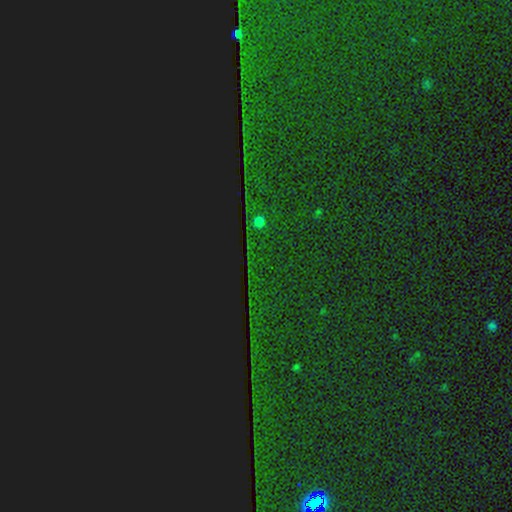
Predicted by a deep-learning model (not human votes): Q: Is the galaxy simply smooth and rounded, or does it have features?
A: star or artifact — 85%.